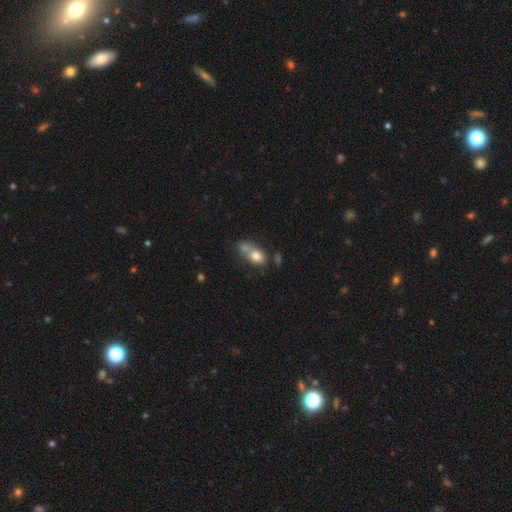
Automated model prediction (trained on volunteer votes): Smooth or featured: smooth — 73% (featured or disk — 17%)
How rounded: in between — 67% (round — 29%)
Merging: merger — 51% (none — 27%)